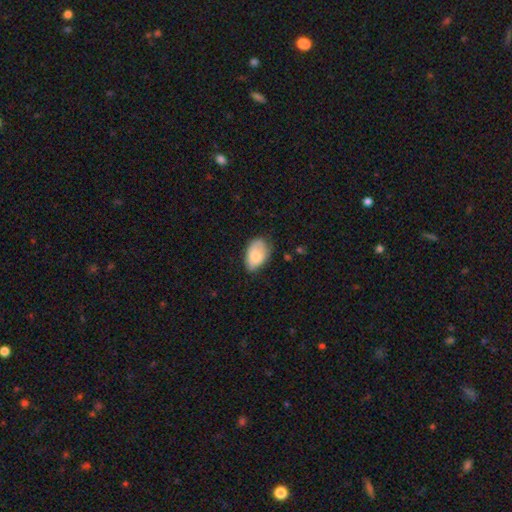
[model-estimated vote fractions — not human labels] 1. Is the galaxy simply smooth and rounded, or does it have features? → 76% smooth, 17% featured or disk, 7% star or artifact.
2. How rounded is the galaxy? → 90% in between, 8% round, 1% cigar-shaped.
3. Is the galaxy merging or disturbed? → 56% none, 35% minor disturbance, 8% major disturbance, 2% merger.